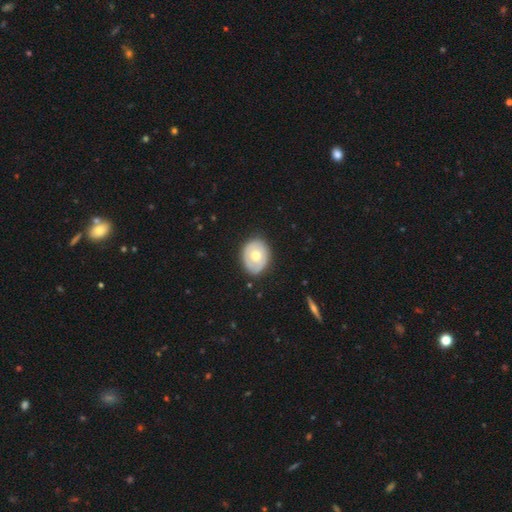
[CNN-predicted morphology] smooth_or_featured: smooth (p=0.53) [alt: featured or disk p=0.42]
how_rounded: in between (p=0.58) [alt: round p=0.41]
merging: none (p=0.80) [alt: minor disturbance p=0.15]